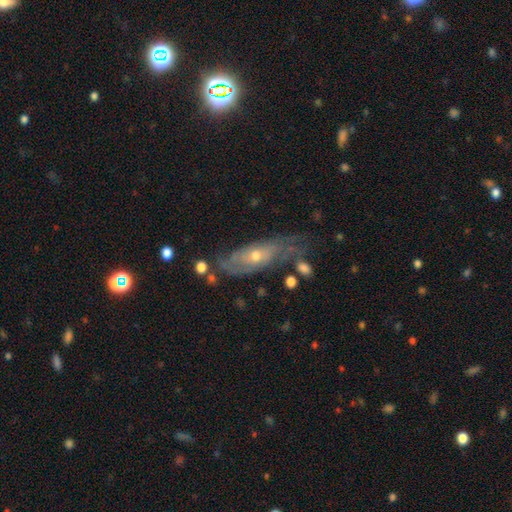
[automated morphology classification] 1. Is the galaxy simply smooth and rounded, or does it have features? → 71% featured or disk, 21% smooth, 8% star or artifact.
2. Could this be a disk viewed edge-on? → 76% no, 24% yes.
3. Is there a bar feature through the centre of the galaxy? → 77% no, 19% weak, 4% strong.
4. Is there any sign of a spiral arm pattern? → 77% yes, 23% no.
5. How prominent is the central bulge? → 49% small, 47% moderate, 2% large, 1% none, 1% dominant.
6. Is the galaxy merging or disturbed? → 59% none, 24% minor disturbance, 11% major disturbance, 5% merger.